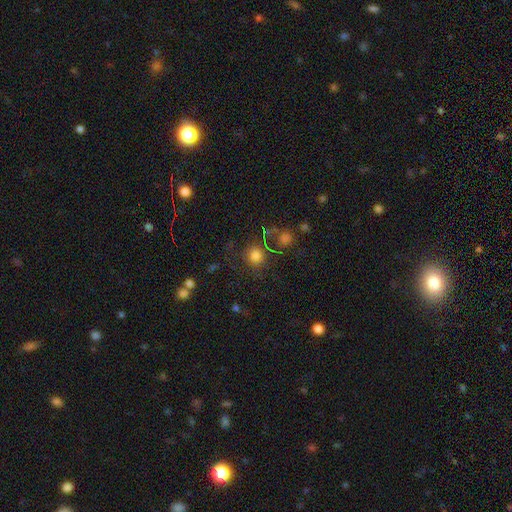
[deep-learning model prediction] Smooth or featured? Predicted: smooth (p=0.74). How rounded? Predicted: round (p=0.91). Merging? Predicted: none (p=0.76).